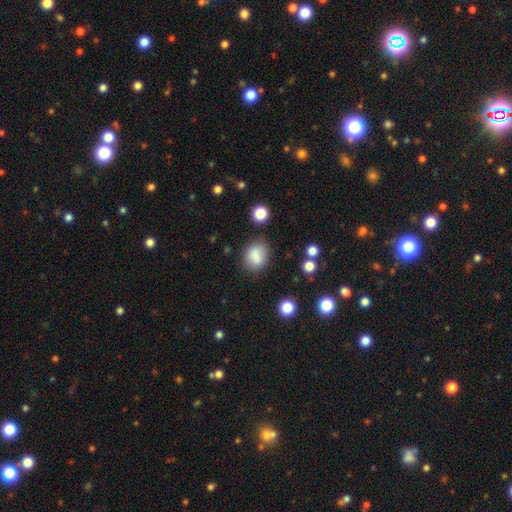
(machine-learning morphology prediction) A smooth galaxy with no disk features (81%) that is in between round and cigar-shaped (58%). Merging: none (73%).